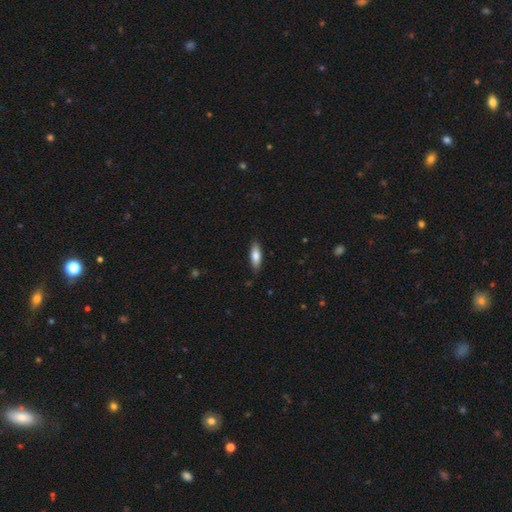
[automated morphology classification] smooth_or_featured: smooth (p=0.76) [alt: featured or disk p=0.17]
how_rounded: in between (p=0.57) [alt: cigar-shaped p=0.41]
merging: none (p=0.84) [alt: minor disturbance p=0.13]